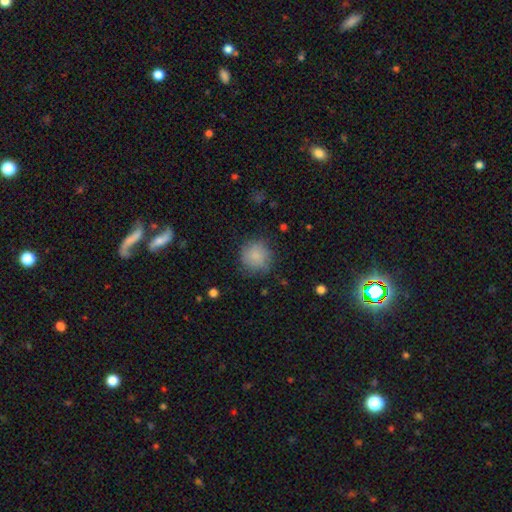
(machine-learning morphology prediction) Overall: smooth (82%). How rounded: round (91%). Merging: none (77%).